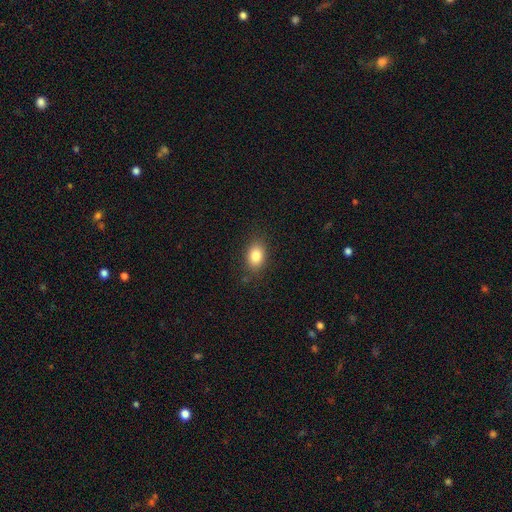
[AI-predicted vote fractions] The model was most divided on "how rounded": in between: 78%, round: 21%, cigar-shaped: 1%. More confident: merging — none (84%); smooth or featured — smooth (83%).